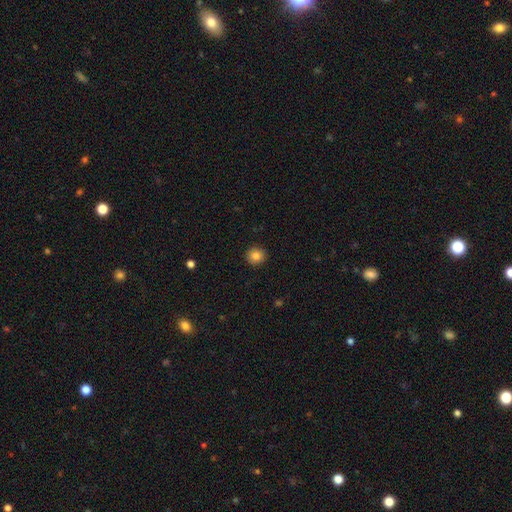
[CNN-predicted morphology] A smooth galaxy with no disk features (85%) that is round (89%).

Vote fractions:
- Smooth or featured? smooth: 85% / star or artifact: 10% / featured or disk: 5%
- How rounded? round: 89% / in between: 10% / cigar-shaped: 1%
- Merging? none: 92% / minor disturbance: 5% / major disturbance: 2% / merger: 1%